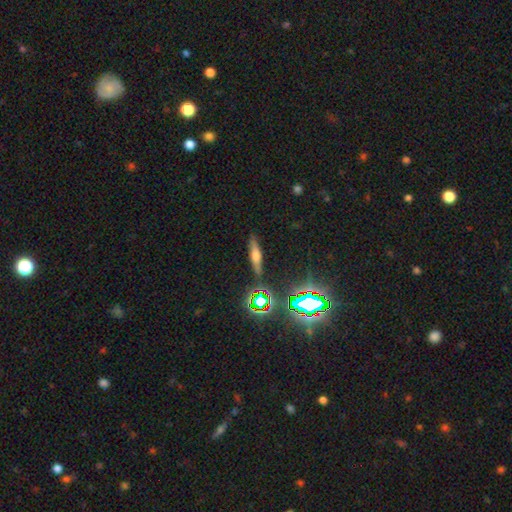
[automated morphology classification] smooth-or-featured: smooth: 43% | featured or disk: 37% | star or artifact: 20%
  merging: none: 84% | minor disturbance: 10% | major disturbance: 3% | merger: 3%